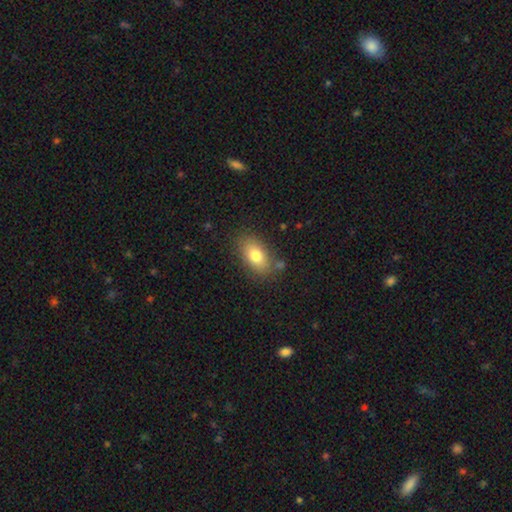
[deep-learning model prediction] The model was most divided on "smooth or featured": smooth: 78%, featured or disk: 14%, star or artifact: 9%. More confident: how rounded — in between (89%); merging — none (79%).